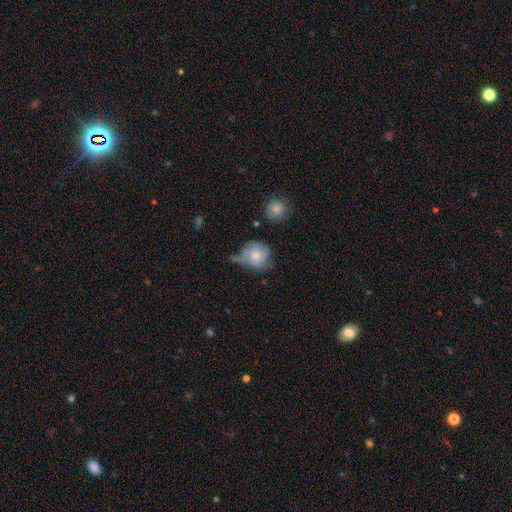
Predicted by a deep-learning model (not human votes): The model was most divided on "merging": none: 38%, minor disturbance: 35%, major disturbance: 18%, merger: 9%. More confident: how rounded — round (73%); smooth or featured — smooth (55%).